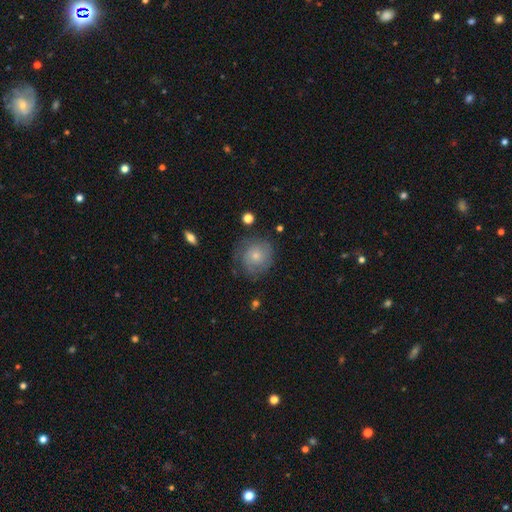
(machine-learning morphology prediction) This is possibly a featured or disk galaxy (50%). Merging: likely none (71%).